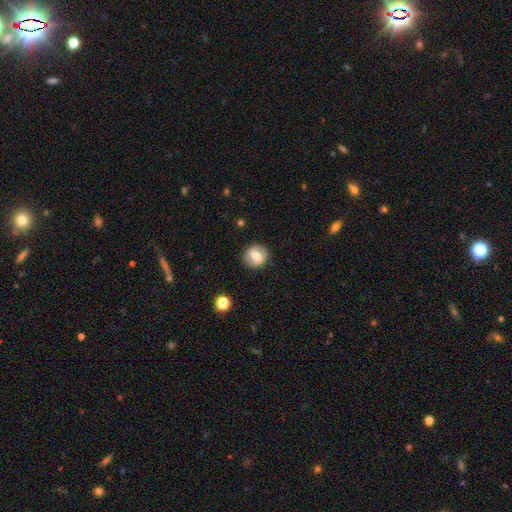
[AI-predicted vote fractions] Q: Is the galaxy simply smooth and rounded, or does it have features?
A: smooth — 64%.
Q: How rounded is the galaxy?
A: round — 85%.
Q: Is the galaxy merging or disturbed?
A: none — 88%.